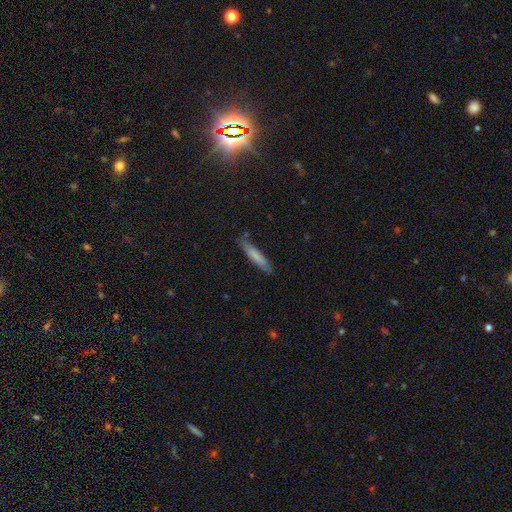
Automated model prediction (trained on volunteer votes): A smooth galaxy with no disk features (75%) that is cigar-shaped (87%).

Vote fractions:
- Smooth or featured? smooth: 75% / featured or disk: 19% / star or artifact: 7%
- How rounded? cigar-shaped: 87% / in between: 11% / round: 1%
- Merging? none: 80% / minor disturbance: 15% / major disturbance: 3% / merger: 2%